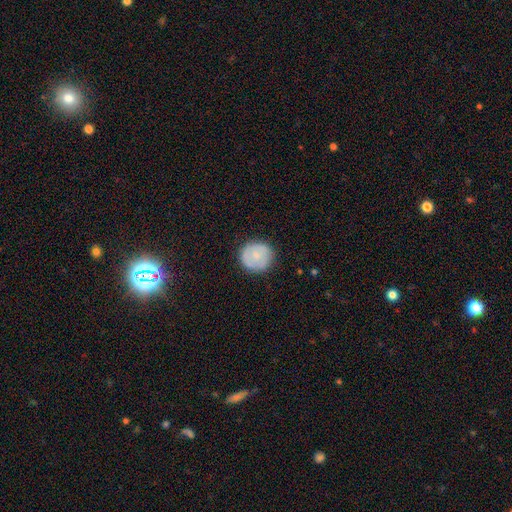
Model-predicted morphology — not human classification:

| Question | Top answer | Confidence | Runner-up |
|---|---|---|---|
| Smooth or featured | smooth | 67% | featured or disk (26%) |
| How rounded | round | 92% | in between (7%) |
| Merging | none | 86% | minor disturbance (10%) |